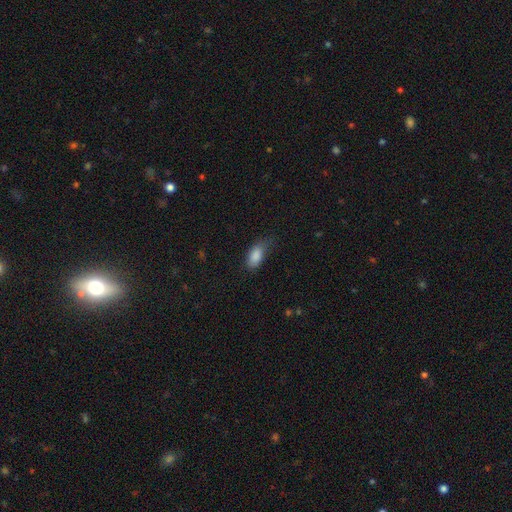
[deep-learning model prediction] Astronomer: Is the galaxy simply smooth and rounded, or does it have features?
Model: smooth — 87%.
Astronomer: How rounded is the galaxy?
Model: in between — 90%.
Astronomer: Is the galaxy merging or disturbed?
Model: none — 54% (runner-up: minor disturbance, 33%).